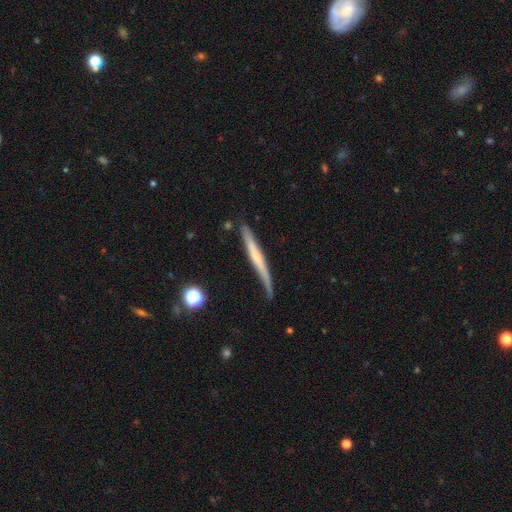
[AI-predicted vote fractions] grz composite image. It shows a featured or disk galaxy (54%) viewed edge-on (95%) with no central bulge (64%). Merging: none (71%).